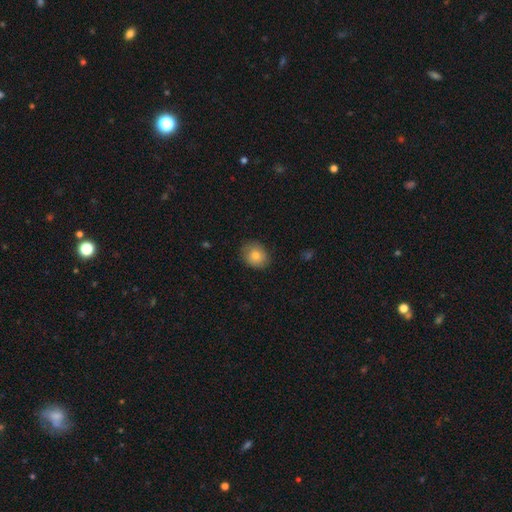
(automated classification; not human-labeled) smooth 78%, featured or disk 14%, star or artifact 8%. Down the decision tree: how rounded — round (63%); merging — none (81%).